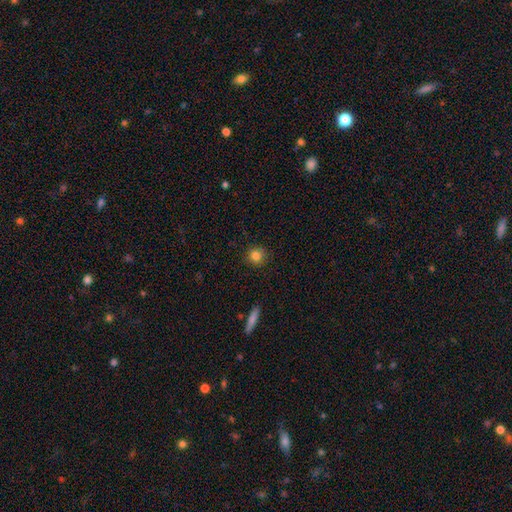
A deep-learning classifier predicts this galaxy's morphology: A smooth galaxy with no disk features (82%) that is round (91%).

Vote fractions:
- Smooth or featured? smooth: 82% / star or artifact: 11% / featured or disk: 7%
- How rounded? round: 91% / in between: 7% / cigar-shaped: 1%
- Merging? none: 90% / minor disturbance: 7% / major disturbance: 2% / merger: 1%